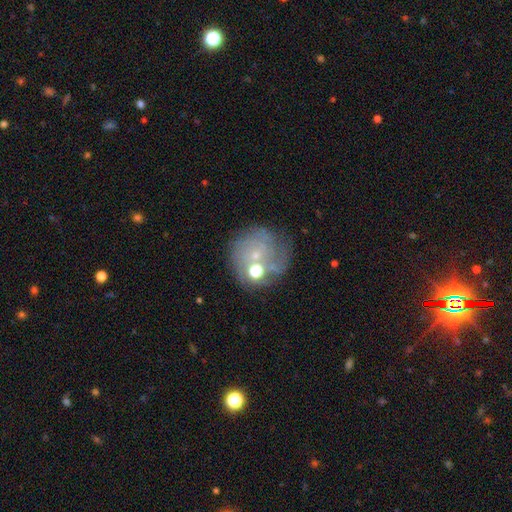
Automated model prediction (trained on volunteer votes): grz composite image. It shows a featured or disk galaxy (52%) with no bar (75%), spiral arms (68%) and a small central bulge (63%). Merging: none (61%).